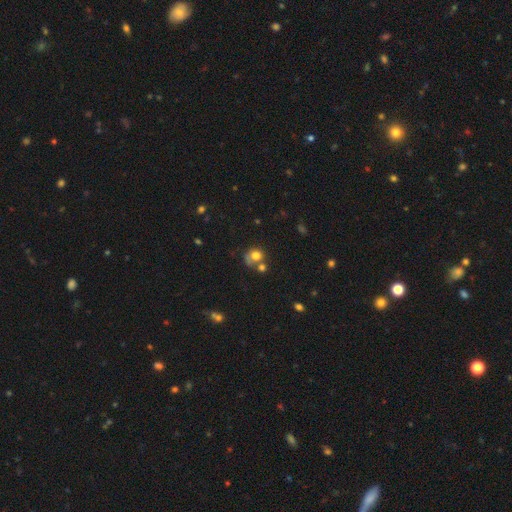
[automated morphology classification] smooth-or-featured: smooth: 74% | featured or disk: 14% | star or artifact: 12%
  how-rounded: round: 71% | in between: 28% | cigar-shaped: 1%
  merging: none: 41% | merger: 31% | minor disturbance: 17% | major disturbance: 11%